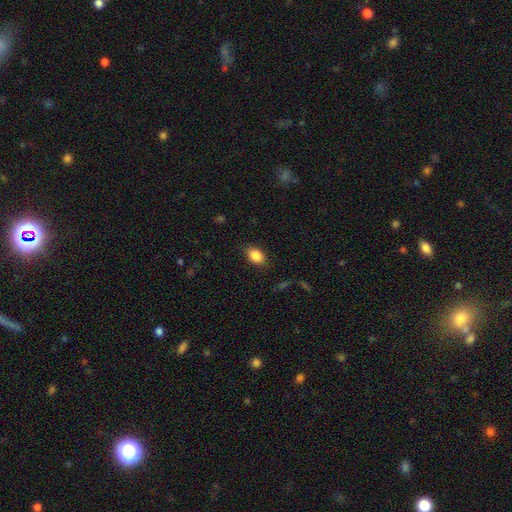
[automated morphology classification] This appears to be a smooth galaxy with no disk features (86%) that is in between round and cigar-shaped (82%). Merging: none (83%).